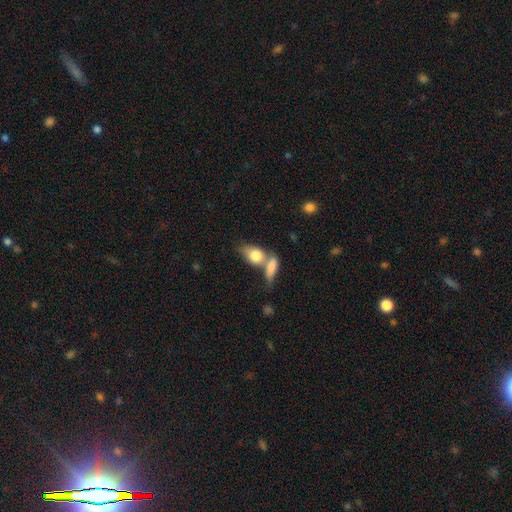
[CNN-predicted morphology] A smooth galaxy with no disk features (76%) that is in between round and cigar-shaped (76%).

Vote fractions:
- Smooth or featured? smooth: 76% / featured or disk: 17% / star or artifact: 7%
- How rounded? in between: 76% / round: 17% / cigar-shaped: 8%
- Merging? merger: 58% / none: 26% / minor disturbance: 10% / major disturbance: 6%